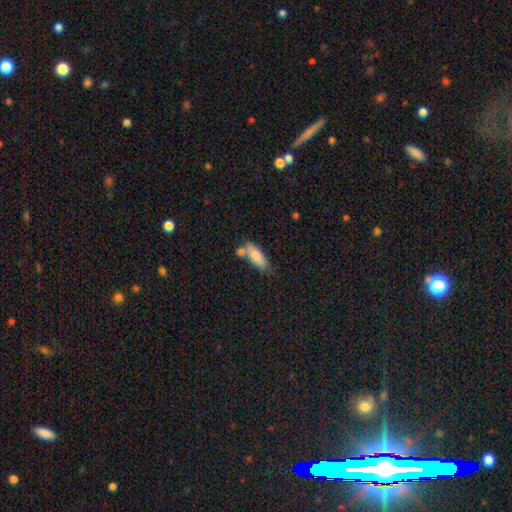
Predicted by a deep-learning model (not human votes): Smooth or featured? Predicted: smooth (p=0.78). How rounded? Predicted: in between (p=0.71). Merging? Predicted: none (p=0.54).